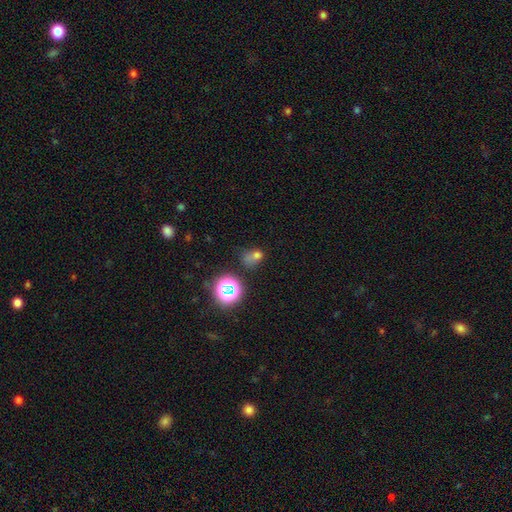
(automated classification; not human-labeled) Smooth or featured?
  - smooth: 62% *
  - star or artifact: 27%
  - featured or disk: 11%
How rounded?
  - round: 51% *
  - in between: 48%
  - cigar-shaped: 2%
Merging?
  - none: 42% *
  - merger: 25%
  - minor disturbance: 19%
  - major disturbance: 14%